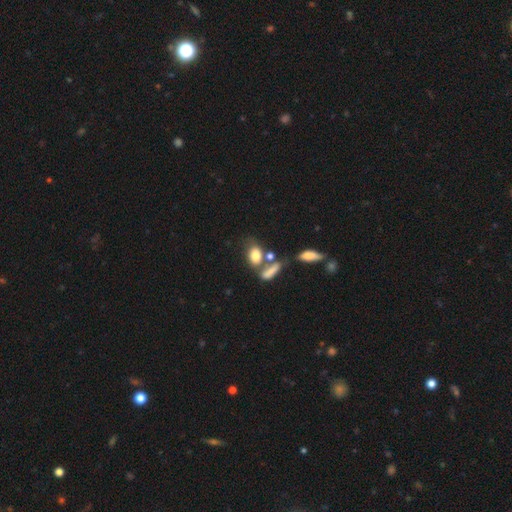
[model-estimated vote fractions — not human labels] Smooth or featured? smooth (77%)
How rounded? in between (78%)
Merging? merger (40%)